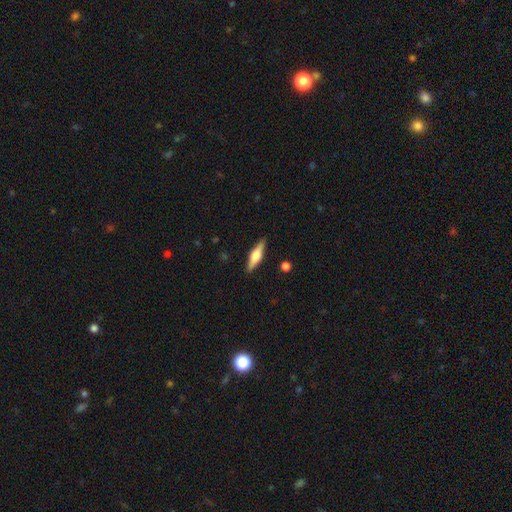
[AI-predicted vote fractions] smooth-or-featured: featured or disk: 57% | smooth: 37% | star or artifact: 6%
  disk-edge-on: yes: 96% | no: 4%
    edge-on-bulge: rounded: 88% | boxy: 9% | none: 3%
  merging: none: 89% | minor disturbance: 8% | major disturbance: 2% | merger: 1%